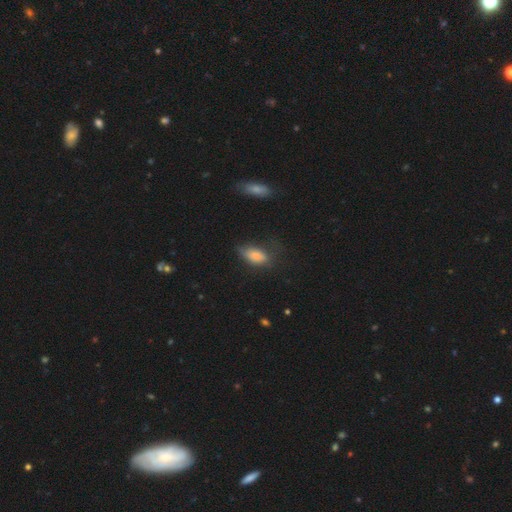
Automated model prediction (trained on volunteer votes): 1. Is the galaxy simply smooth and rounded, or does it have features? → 80% smooth, 11% featured or disk, 9% star or artifact.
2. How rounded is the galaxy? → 88% in between, 8% cigar-shaped, 4% round.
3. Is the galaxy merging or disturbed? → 45% none, 34% minor disturbance, 18% major disturbance, 3% merger.